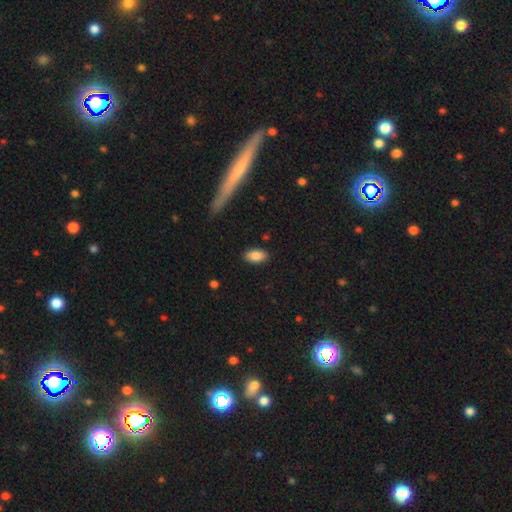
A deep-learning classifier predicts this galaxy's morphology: Smooth or featured?
  - smooth: 87% *
  - star or artifact: 7%
  - featured or disk: 6%
How rounded?
  - in between: 92% *
  - cigar-shaped: 4%
  - round: 4%
Merging?
  - none: 87% *
  - minor disturbance: 10%
  - major disturbance: 2%
  - merger: 1%